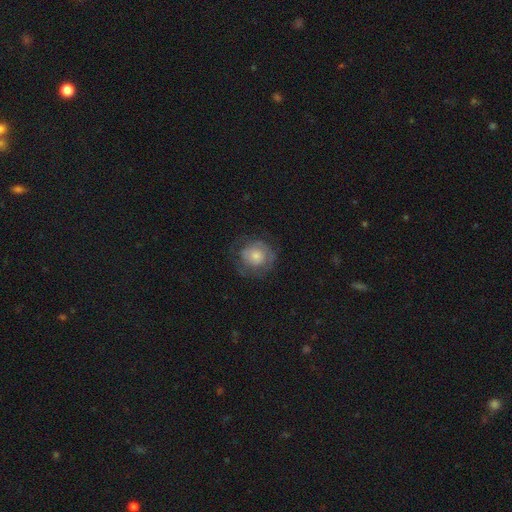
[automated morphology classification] Q: Smooth or featured?
A: smooth (58%); runner-up: featured or disk (34%)
Q: How rounded?
A: round (86%); runner-up: in between (13%)
Q: Merging?
A: none (62%); runner-up: minor disturbance (21%)